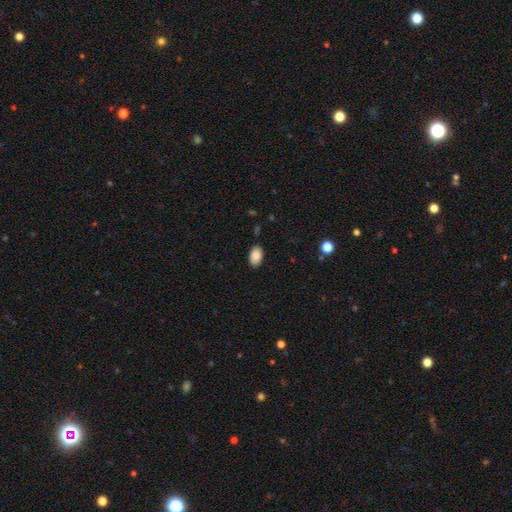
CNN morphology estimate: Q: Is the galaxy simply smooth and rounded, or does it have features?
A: smooth — 89%.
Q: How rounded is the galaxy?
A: in between — 93%.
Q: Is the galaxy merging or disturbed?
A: none — 86%.